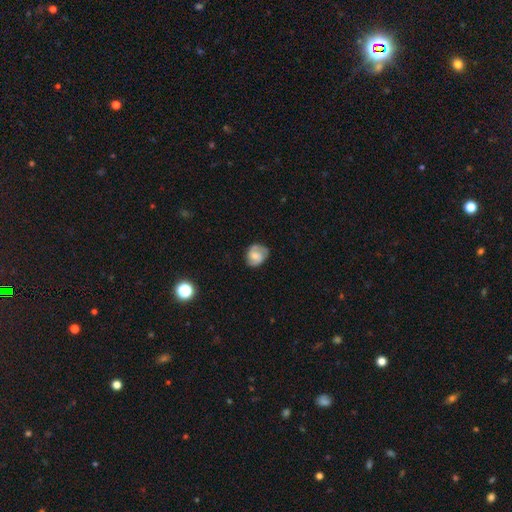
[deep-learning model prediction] A featured or disk galaxy (56%) with no bar (46%), spiral arms (89%) and a moderate central bulge (38%). Merging: none (70%).